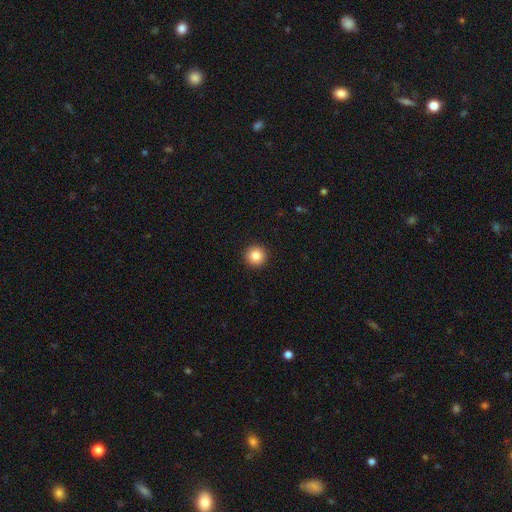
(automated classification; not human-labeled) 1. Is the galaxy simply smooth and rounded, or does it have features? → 86% smooth, 10% star or artifact, 5% featured or disk.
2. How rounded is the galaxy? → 96% round, 3% in between, 1% cigar-shaped.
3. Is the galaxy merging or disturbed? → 94% none, 4% minor disturbance, 2% major disturbance, 1% merger.